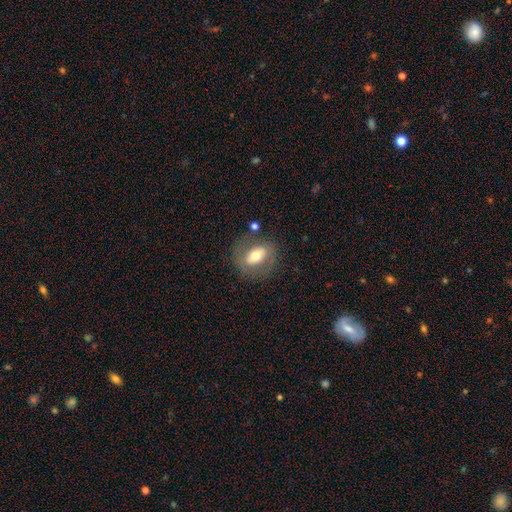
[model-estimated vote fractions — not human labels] Smooth or featured?
  - smooth: 47% *
  - featured or disk: 45%
  - star or artifact: 8%
Merging?
  - none: 72% *
  - minor disturbance: 15%
  - major disturbance: 8%
  - merger: 5%